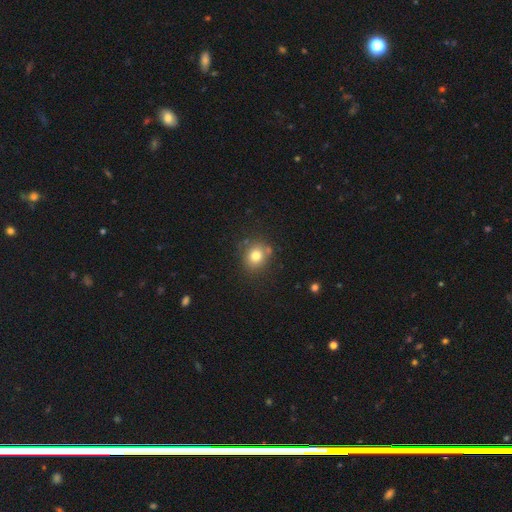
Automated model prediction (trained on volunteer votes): Q: Smooth or featured?
A: smooth (78%); runner-up: star or artifact (12%)
Q: How rounded?
A: round (77%); runner-up: in between (22%)
Q: Merging?
A: none (77%); runner-up: minor disturbance (13%)